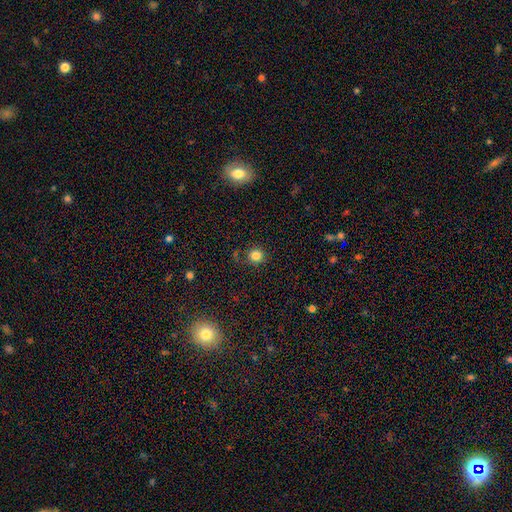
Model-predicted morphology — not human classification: smooth 82%, star or artifact 13%, featured or disk 5%. Down the decision tree: how rounded — round (92%); merging — none (85%).